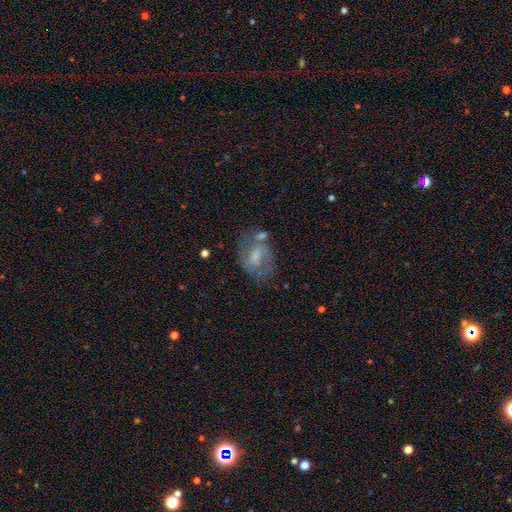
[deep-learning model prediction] smooth_or_featured: featured or disk (p=0.62) [alt: smooth p=0.28]
disk_edge_on: no (p=0.96) [alt: yes p=0.04]
bar: weak (p=0.50) [alt: no p=0.35]
has_spiral_arms: yes (p=0.75) [alt: no p=0.25]
bulge_size: moderate (p=0.43) [alt: small p=0.30]
merging: none (p=0.55) [alt: minor disturbance p=0.21]